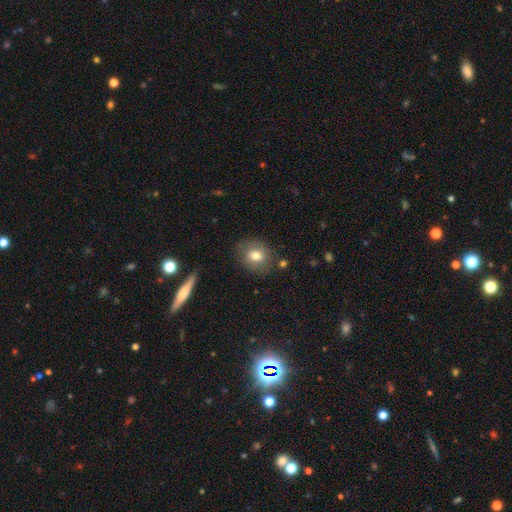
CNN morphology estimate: smooth-or-featured: smooth: 77% | featured or disk: 14% | star or artifact: 10%
  how-rounded: round: 76% | in between: 23% | cigar-shaped: 1%
  merging: none: 82% | minor disturbance: 12% | major disturbance: 3% | merger: 3%